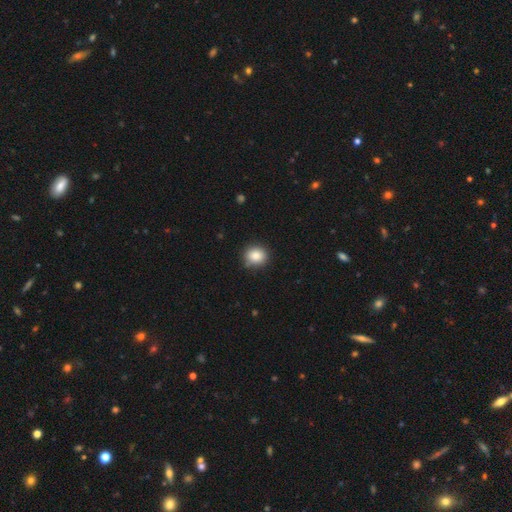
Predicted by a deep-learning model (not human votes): smooth 86%, star or artifact 9%, featured or disk 5%. Down the decision tree: how rounded — round (80%); merging — none (85%).